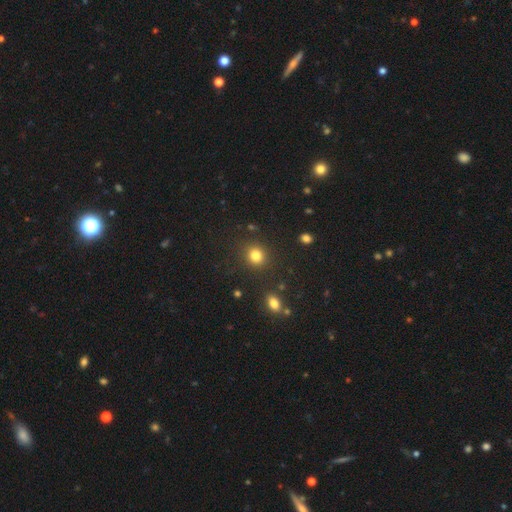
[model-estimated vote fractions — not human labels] Smooth or featured? smooth (82%)
How rounded? round (80%)
Merging? none (87%)